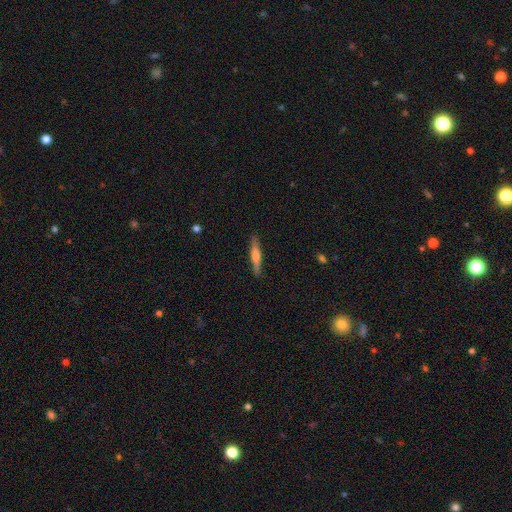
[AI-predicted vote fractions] This appears to be a smooth galaxy with no disk features (50%). Merging: none (89%).